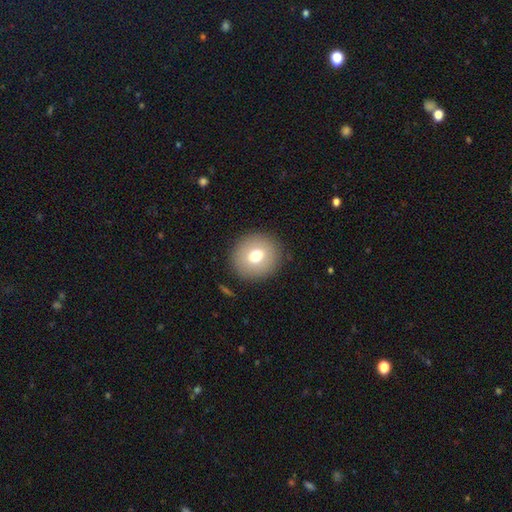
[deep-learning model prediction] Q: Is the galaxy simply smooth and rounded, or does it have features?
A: smooth — 71%.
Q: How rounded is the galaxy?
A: round — 89%.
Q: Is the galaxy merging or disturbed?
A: none — 89%.